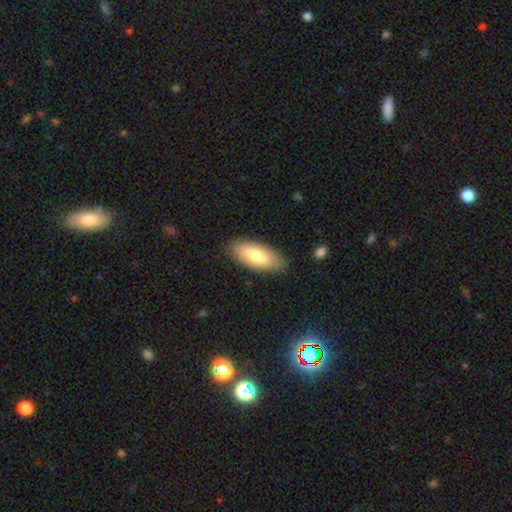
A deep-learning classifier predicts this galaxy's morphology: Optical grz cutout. It shows a smooth galaxy with no disk features (75%) that is in between round and cigar-shaped (81%). Merging: none (86%).